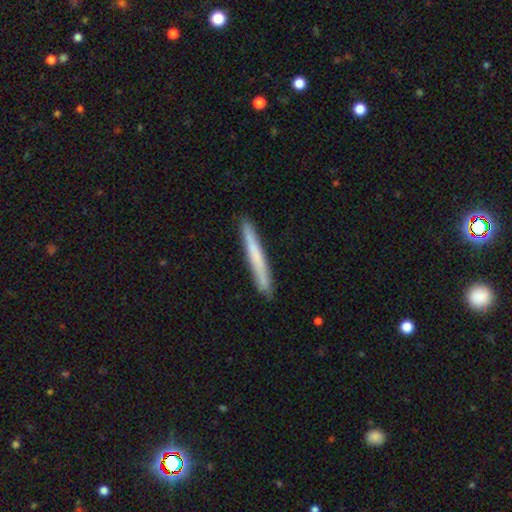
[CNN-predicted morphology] Smooth or featured? smooth (63%)
How rounded? cigar-shaped (97%)
Merging? none (90%)